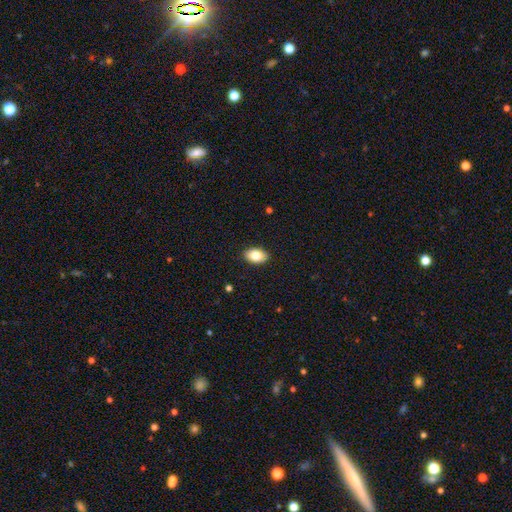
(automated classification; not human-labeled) A smooth galaxy with no disk features (83%) that is in between round and cigar-shaped (89%).

Vote fractions:
- Smooth or featured? smooth: 83% / featured or disk: 10% / star or artifact: 7%
- How rounded? in between: 89% / round: 10% / cigar-shaped: 1%
- Merging? none: 90% / minor disturbance: 7% / major disturbance: 2% / merger: 1%